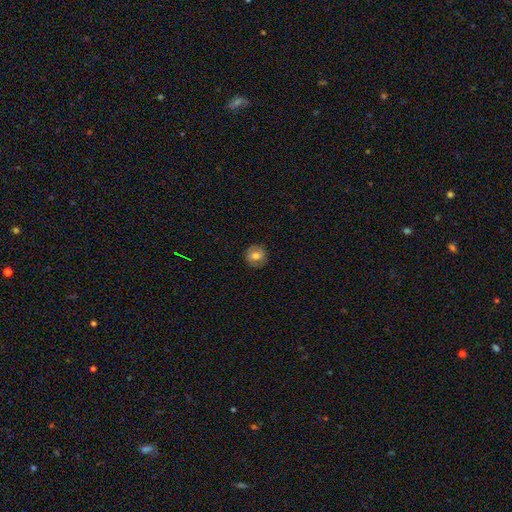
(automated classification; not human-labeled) Morphology: type=smooth (63%); roundness=round (86%); merging=none (85%).